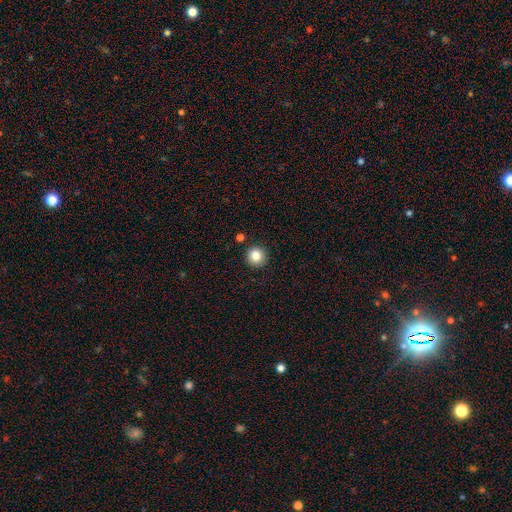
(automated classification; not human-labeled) smooth-or-featured: smooth: 84% | star or artifact: 10% | featured or disk: 6%
  how-rounded: round: 94% | in between: 5% | cigar-shaped: 1%
  merging: none: 90% | minor disturbance: 6% | merger: 2% | major disturbance: 2%